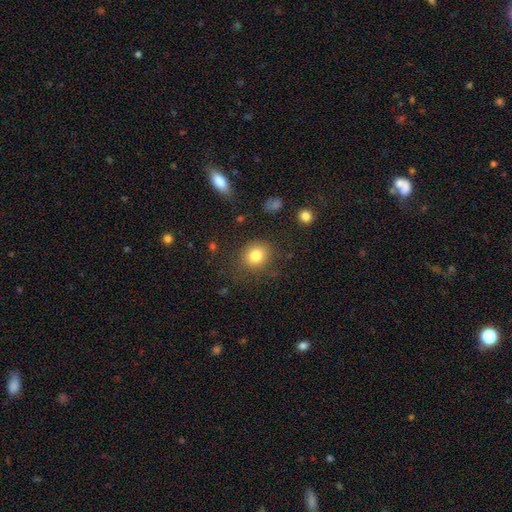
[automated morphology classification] Q: Smooth or featured?
A: smooth (81%); runner-up: star or artifact (11%)
Q: How rounded?
A: round (76%); runner-up: in between (23%)
Q: Merging?
A: none (82%); runner-up: minor disturbance (11%)